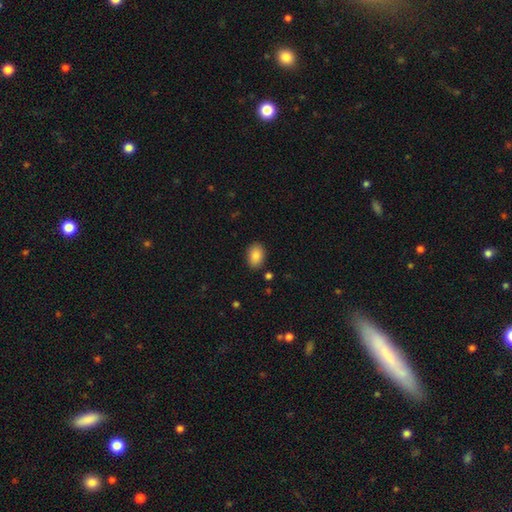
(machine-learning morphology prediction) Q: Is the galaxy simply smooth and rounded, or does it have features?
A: smooth — 87%.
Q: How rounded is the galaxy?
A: in between — 83%.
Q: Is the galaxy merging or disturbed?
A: none — 87%.